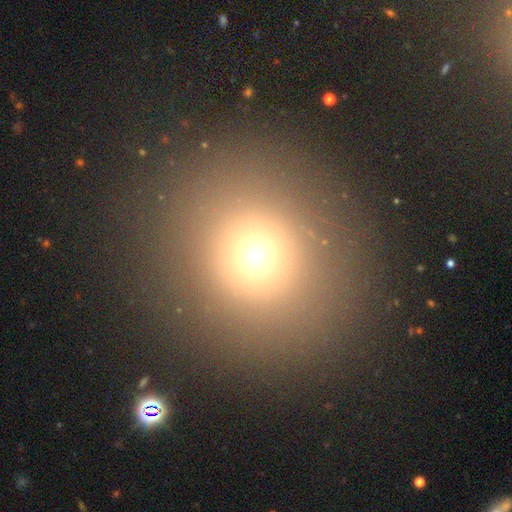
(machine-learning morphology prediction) Q: Smooth or featured?
A: smooth (68%); runner-up: star or artifact (22%)
Q: How rounded?
A: round (87%); runner-up: in between (12%)
Q: Merging?
A: none (87%); runner-up: minor disturbance (6%)